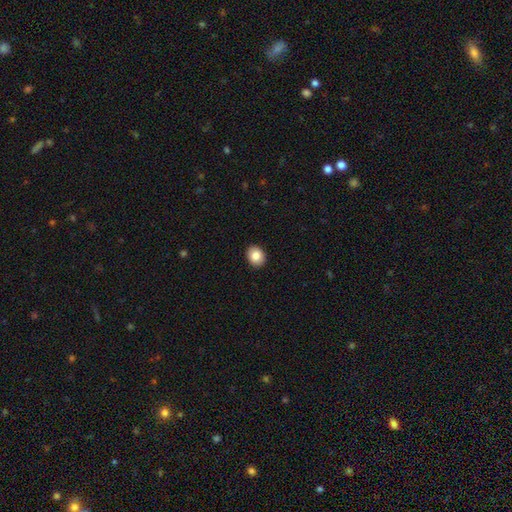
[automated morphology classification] This appears to be a smooth galaxy with no disk features (85%) that is round (51%). Merging: none (92%).